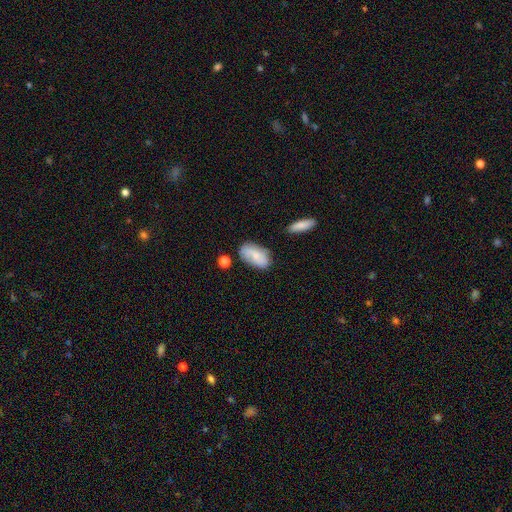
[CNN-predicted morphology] smooth-or-featured: smooth: 68% | featured or disk: 25% | star or artifact: 7%
  how-rounded: in between: 92% | round: 5% | cigar-shaped: 3%
  merging: none: 65% | minor disturbance: 23% | major disturbance: 6% | merger: 6%